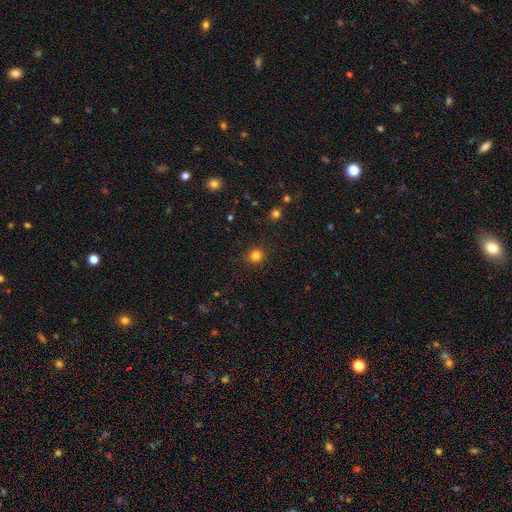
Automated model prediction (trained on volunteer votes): This is clearly a smooth galaxy (82%). How rounded: clearly round (91%). Merging: clearly none (90%).